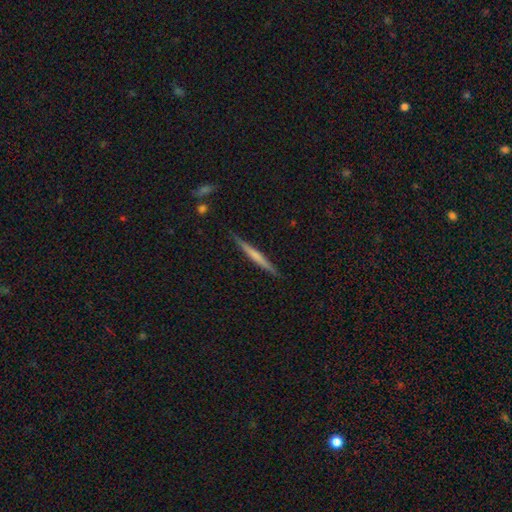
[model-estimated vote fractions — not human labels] Smooth or featured? smooth (50%)
How rounded? cigar-shaped (96%)
Merging? none (89%)